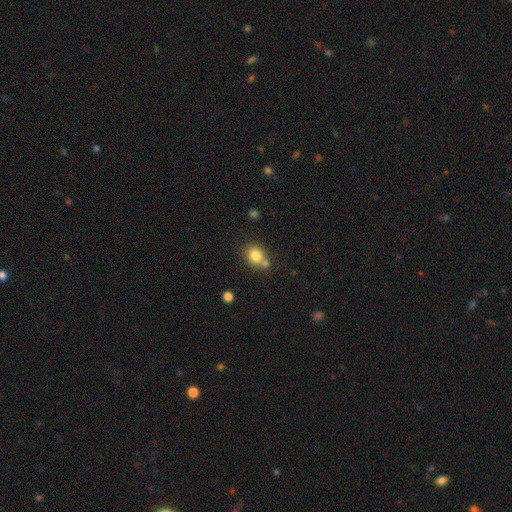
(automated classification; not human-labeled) This is clearly a smooth galaxy (80%). How rounded: likely round (74%). Merging: possibly none (58%).